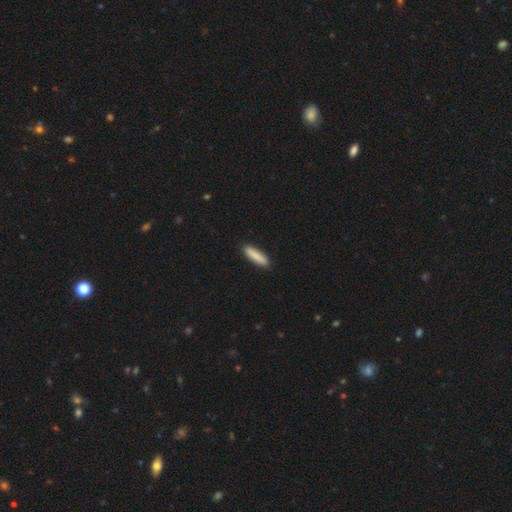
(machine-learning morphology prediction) Smooth or featured? smooth (88%)
How rounded? cigar-shaped (73%)
Merging? none (91%)